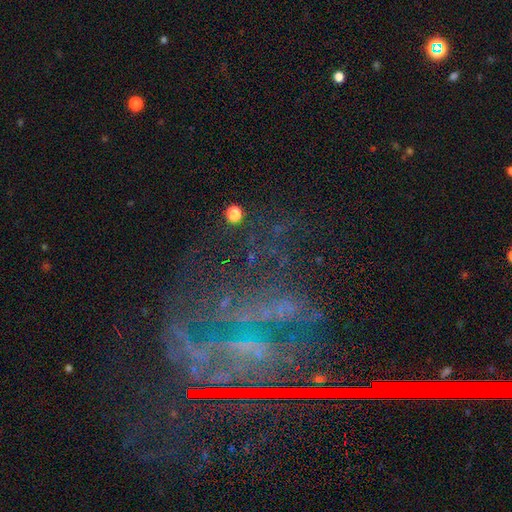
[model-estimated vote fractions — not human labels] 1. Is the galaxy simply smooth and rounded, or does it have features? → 45% featured or disk, 41% star or artifact, 14% smooth.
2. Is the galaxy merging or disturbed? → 60% none, 18% major disturbance, 16% minor disturbance, 5% merger.